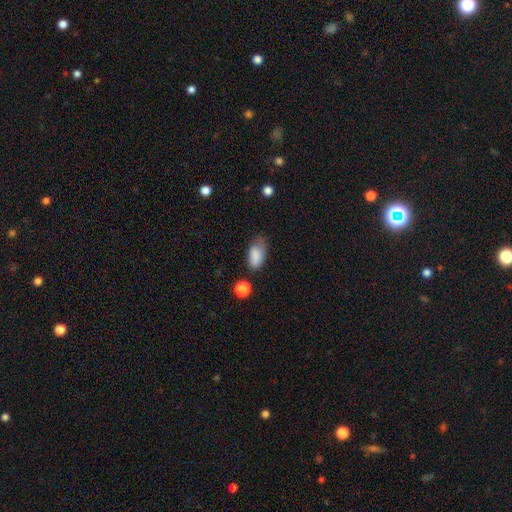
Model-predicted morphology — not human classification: The model was most divided on "merging": none: 59%, minor disturbance: 29%, major disturbance: 8%, merger: 4%. More confident: how rounded — in between (91%); smooth or featured — smooth (86%).